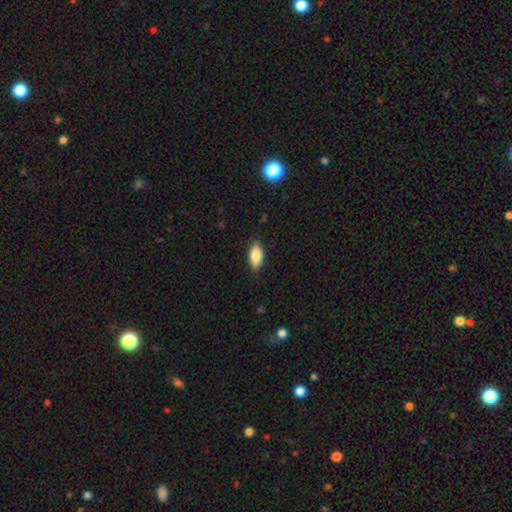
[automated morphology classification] This appears to be a smooth galaxy with no disk features (80%) that is in between round and cigar-shaped (84%). Merging: none (83%).